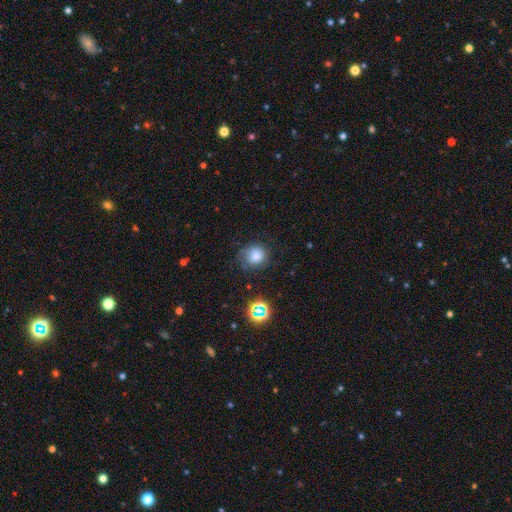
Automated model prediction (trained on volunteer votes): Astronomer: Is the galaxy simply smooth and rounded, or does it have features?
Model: smooth — 75%.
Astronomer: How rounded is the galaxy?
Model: round — 82%.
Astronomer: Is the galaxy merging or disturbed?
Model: none — 63%.